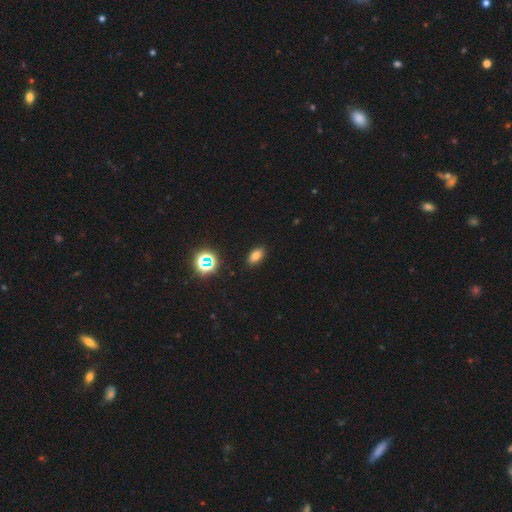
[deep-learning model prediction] This appears to be a smooth galaxy with no disk features (74%) that is in between round and cigar-shaped (87%). Merging: none (88%).